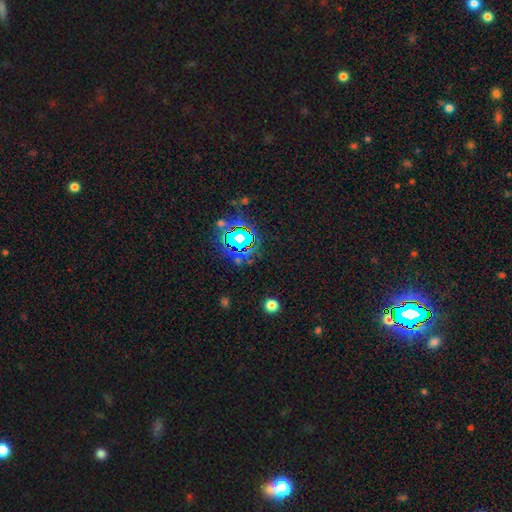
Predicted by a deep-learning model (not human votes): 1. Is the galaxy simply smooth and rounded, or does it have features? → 82% star or artifact, 11% smooth, 7% featured or disk.